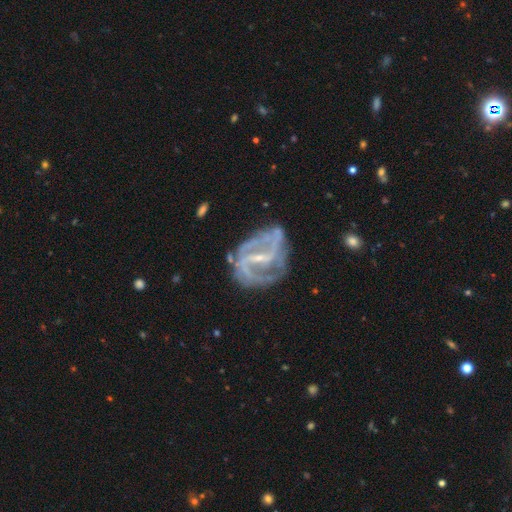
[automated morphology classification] This is clearly a featured or disk galaxy (84%). It is clearly not viewed edge-on (96%). Bar: possibly strong (48%). Spiral arm pattern: clearly yes (90%). Spiral arm count: likely 2 (68%). Spiral winding: possibly medium (45%). Central bulge: likely small (67%). Merging: likely none (64%).